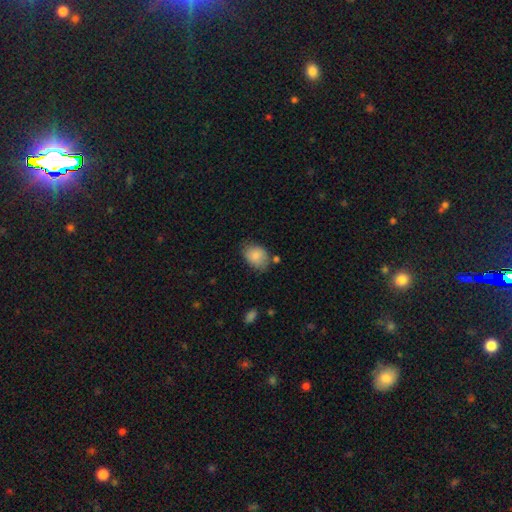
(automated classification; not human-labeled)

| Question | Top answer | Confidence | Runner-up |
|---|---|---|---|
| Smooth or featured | smooth | 84% | featured or disk (9%) |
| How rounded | in between | 72% | round (27%) |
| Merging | none | 66% | minor disturbance (24%) |